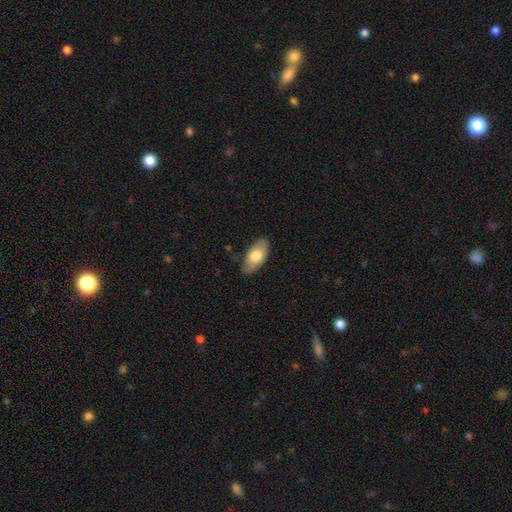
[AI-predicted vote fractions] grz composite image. It shows a smooth galaxy with no disk features (73%) that is in between round and cigar-shaped (93%). Merging: none (83%).